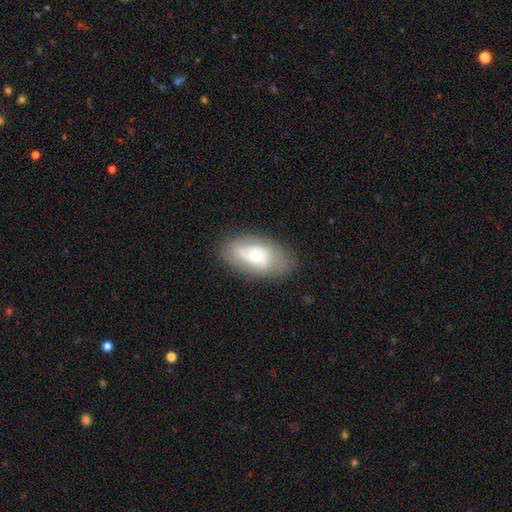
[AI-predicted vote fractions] Smooth or featured? Predicted: featured or disk (p=0.54). Edge-on disk? Predicted: no (p=0.90). Merging? Predicted: none (p=0.78).